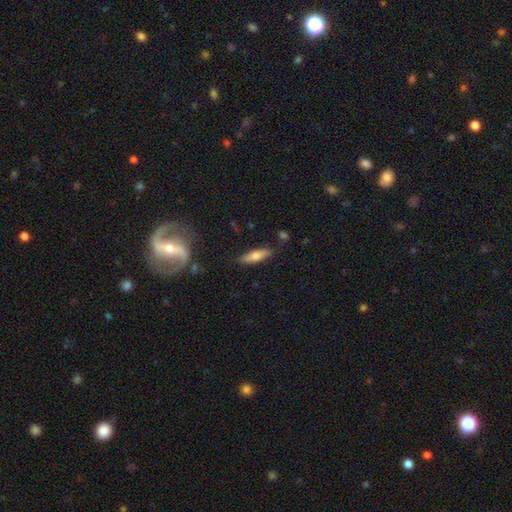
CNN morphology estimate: Overall: smooth (67%). How rounded: cigar-shaped (54%; in between 43%). Merging: none (83%).